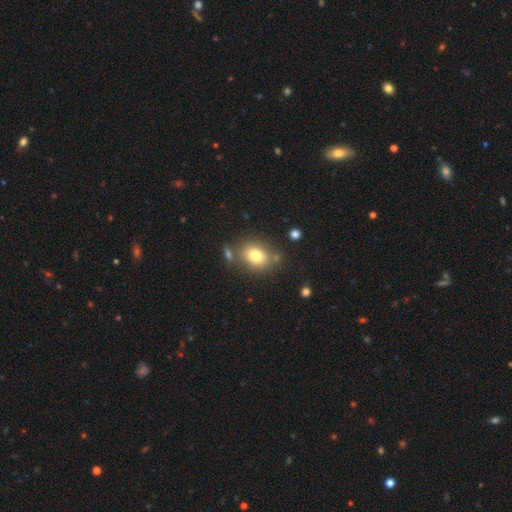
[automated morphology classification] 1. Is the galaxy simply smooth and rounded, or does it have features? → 79% smooth, 11% featured or disk, 10% star or artifact.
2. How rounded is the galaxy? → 50% in between, 49% round, 1% cigar-shaped.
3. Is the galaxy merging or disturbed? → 70% none, 13% minor disturbance, 12% merger, 4% major disturbance.